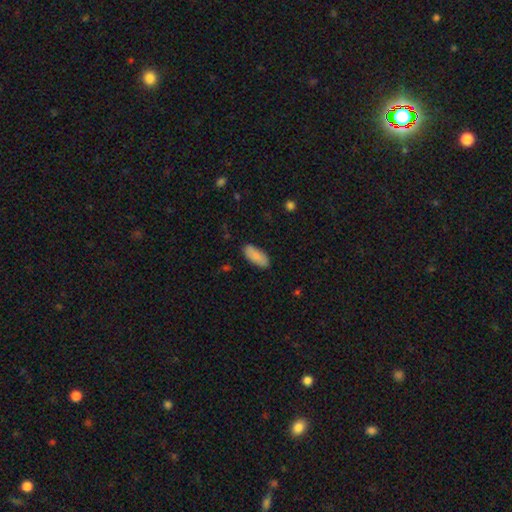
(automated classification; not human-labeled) This is clearly a smooth galaxy (87%). How rounded: clearly in between (85%). Merging: clearly none (85%).